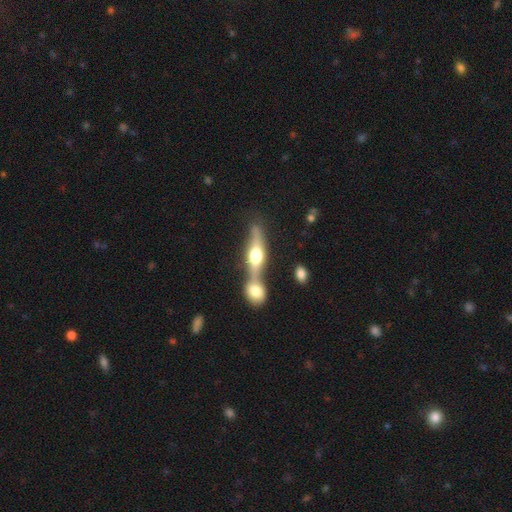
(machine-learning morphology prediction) The model was most divided on "merging": merger: 50%, none: 37%, minor disturbance: 8%, major disturbance: 4%. More confident: edge-on disk — yes (82%); smooth or featured — featured or disk (59%).